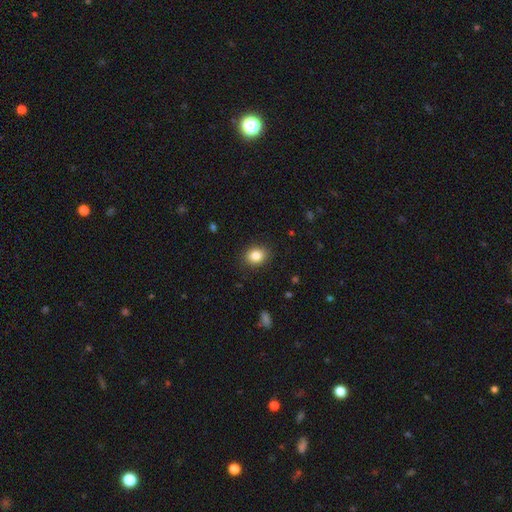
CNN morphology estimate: Smooth or featured? smooth (85%)
How rounded? round (53%)
Merging? none (88%)